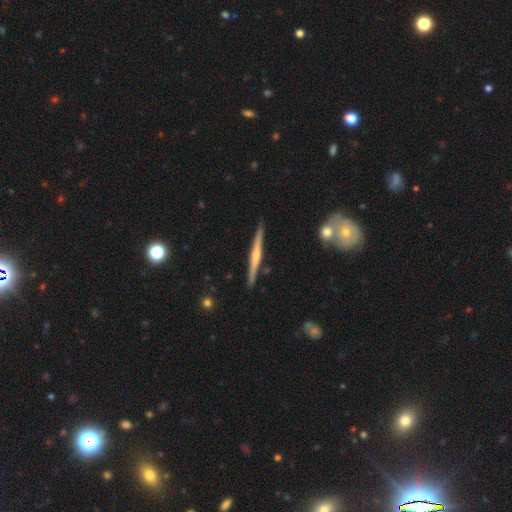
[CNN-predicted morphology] smooth-or-featured: featured or disk: 70% | smooth: 24% | star or artifact: 5%
  disk-edge-on: yes: 98% | no: 2%
    edge-on-bulge: rounded: 63% | none: 27% | boxy: 10%
  merging: none: 90% | minor disturbance: 7% | merger: 2% | major disturbance: 1%